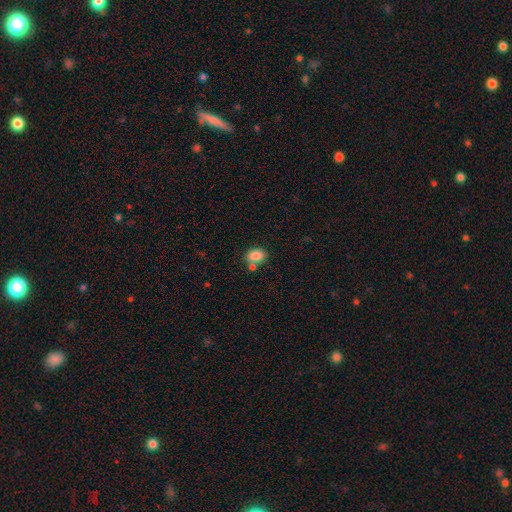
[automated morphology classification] Smooth or featured: smooth — 85% (star or artifact — 9%)
How rounded: in between — 69% (round — 30%)
Merging: none — 65% (merger — 19%)